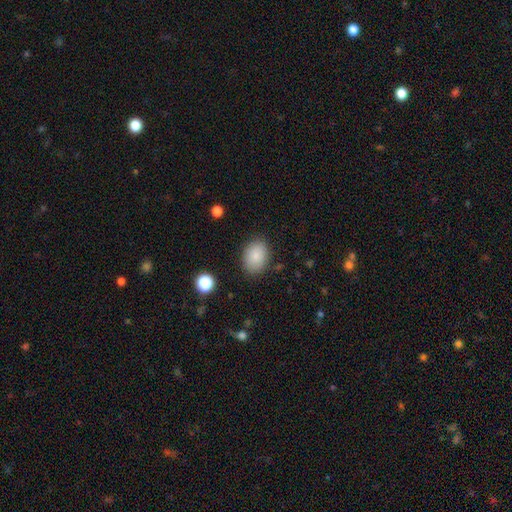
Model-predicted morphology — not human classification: smooth 85%, star or artifact 8%, featured or disk 6%. Down the decision tree: how rounded — in between (74%); merging — none (84%).